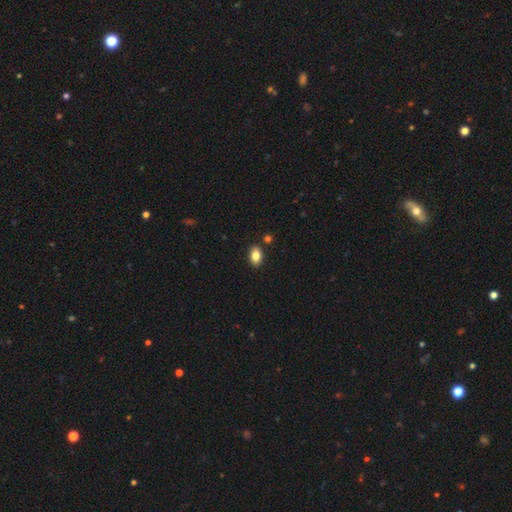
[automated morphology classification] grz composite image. It shows a smooth galaxy with no disk features (83%) that is in between round and cigar-shaped (87%). Merging: none (87%).